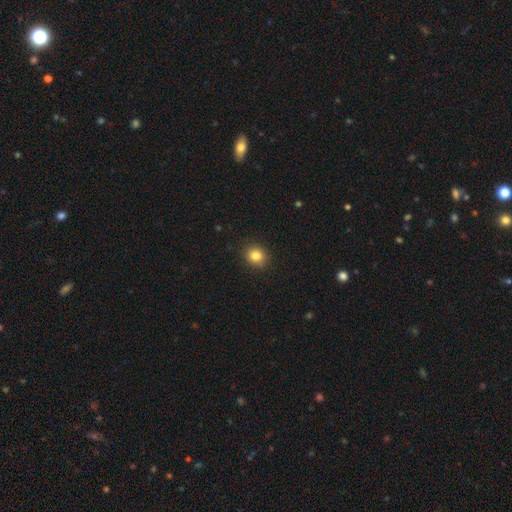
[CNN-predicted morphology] A smooth galaxy with no disk features (84%) that is round (77%).

Vote fractions:
- Smooth or featured? smooth: 84% / star or artifact: 11% / featured or disk: 5%
- How rounded? round: 77% / in between: 22% / cigar-shaped: 1%
- Merging? none: 91% / minor disturbance: 6% / major disturbance: 2% / merger: 1%